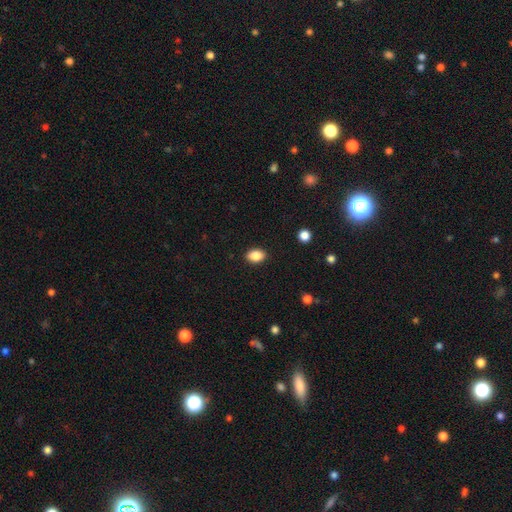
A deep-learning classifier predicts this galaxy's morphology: smooth 87%, star or artifact 8%, featured or disk 4%. Down the decision tree: how rounded — in between (83%); merging — none (89%).